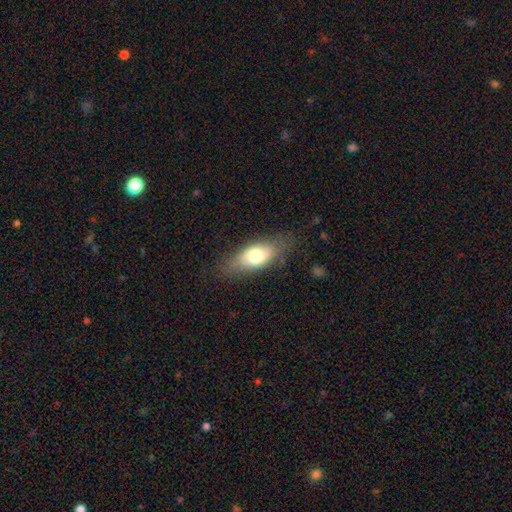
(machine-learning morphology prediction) The model was most divided on "smooth or featured": smooth: 70%, featured or disk: 23%, star or artifact: 7%. More confident: how rounded — in between (82%); merging — none (75%).